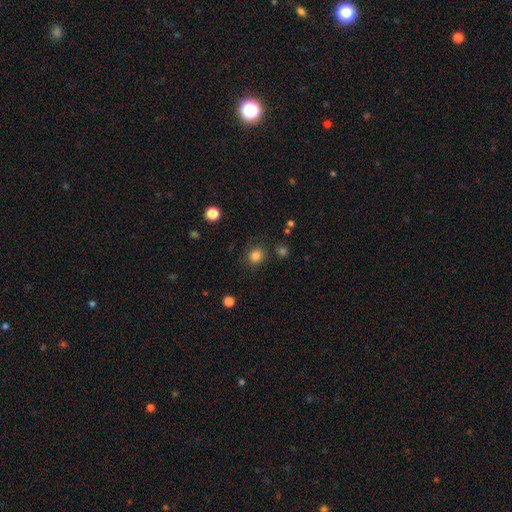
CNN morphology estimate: smooth_or_featured: smooth (p=0.83) [alt: star or artifact p=0.12]
how_rounded: round (p=0.79) [alt: in between p=0.21]
merging: none (p=0.83) [alt: minor disturbance p=0.10]